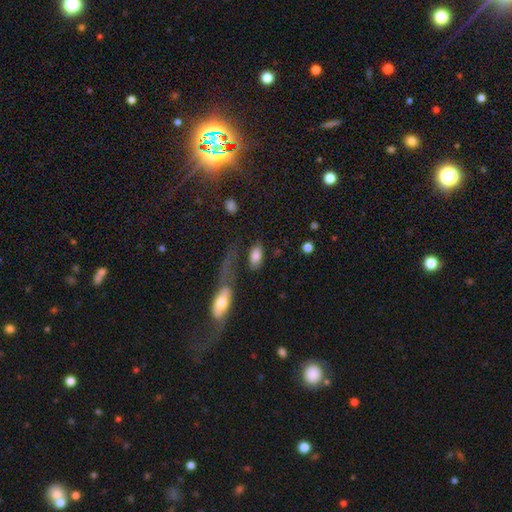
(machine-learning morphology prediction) smooth 79%, featured or disk 14%, star or artifact 7%. Down the decision tree: how rounded — in between (91%); merging — none (57%).